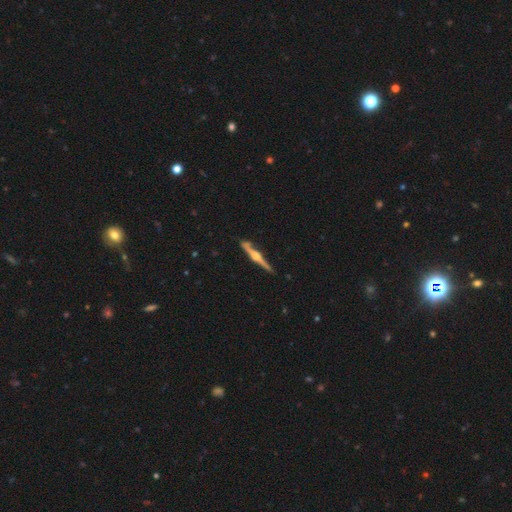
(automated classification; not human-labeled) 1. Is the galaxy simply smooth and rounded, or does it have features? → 82% featured or disk, 14% smooth, 4% star or artifact.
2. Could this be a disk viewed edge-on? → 98% yes, 2% no.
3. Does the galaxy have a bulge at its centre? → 93% rounded, 5% boxy, 3% none.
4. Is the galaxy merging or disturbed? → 85% none, 10% minor disturbance, 2% merger, 2% major disturbance.